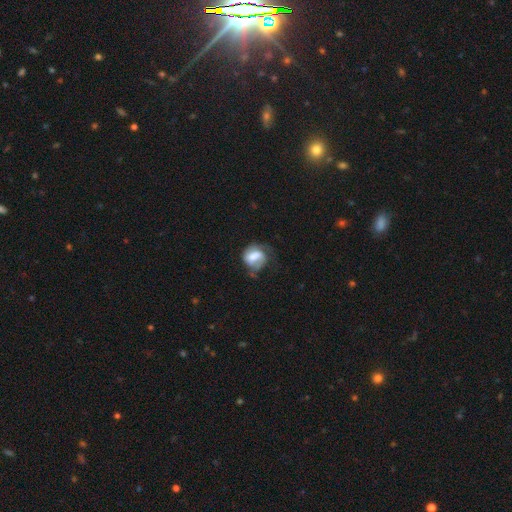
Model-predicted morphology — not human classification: Smooth or featured?
  - featured or disk: 48% *
  - smooth: 44%
  - star or artifact: 8%
Merging?
  - none: 41% *
  - minor disturbance: 29%
  - major disturbance: 27%
  - merger: 3%